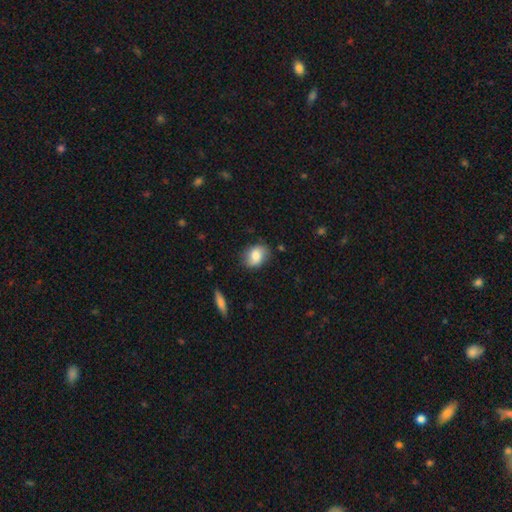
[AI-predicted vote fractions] smooth_or_featured: smooth (p=0.74) [alt: featured or disk p=0.19]
how_rounded: in between (p=0.66) [alt: round p=0.32]
merging: none (p=0.73) [alt: minor disturbance p=0.21]